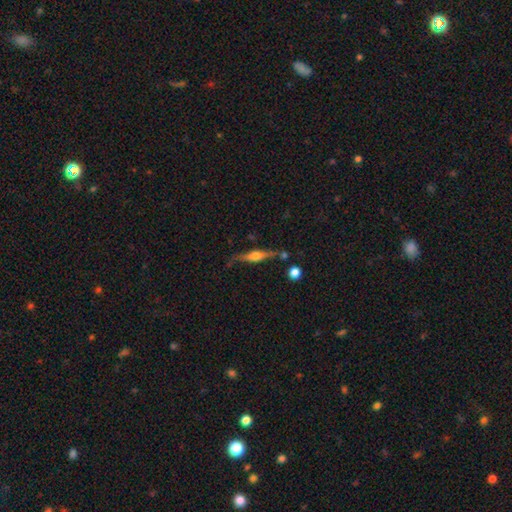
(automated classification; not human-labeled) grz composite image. It shows a featured or disk galaxy (71%) viewed edge-on (95%) with a rounded central bulge (86%). Merging: none (73%).